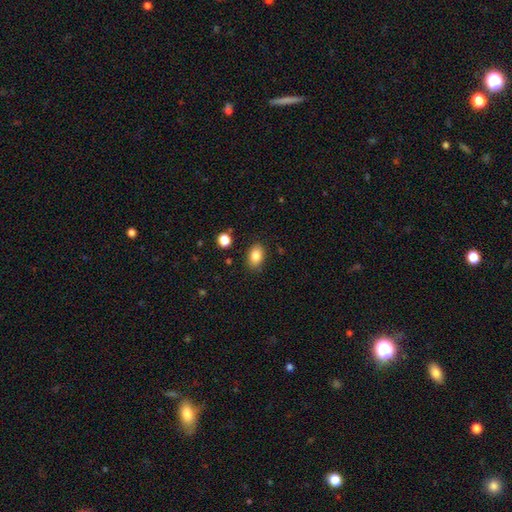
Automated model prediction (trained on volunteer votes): smooth 84%, star or artifact 9%, featured or disk 7%. Down the decision tree: how rounded — in between (81%); merging — none (84%).